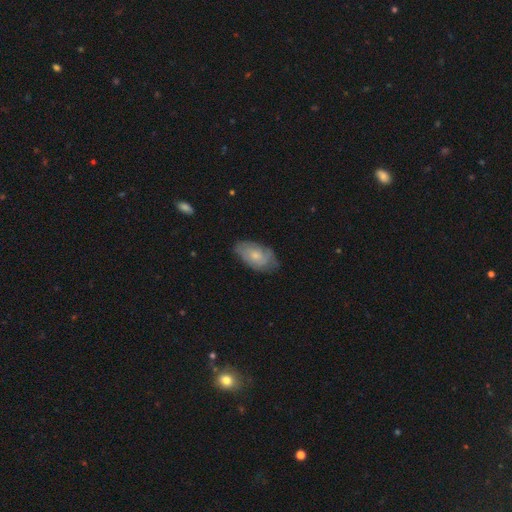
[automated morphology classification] Smooth or featured? Predicted: smooth (p=0.48). Merging? Predicted: none (p=0.65).